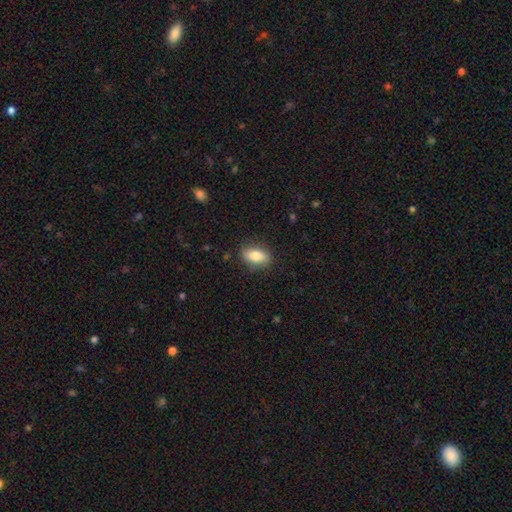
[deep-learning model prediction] This appears to be a smooth galaxy with no disk features (78%) that is in between round and cigar-shaped (85%). Merging: none (84%).